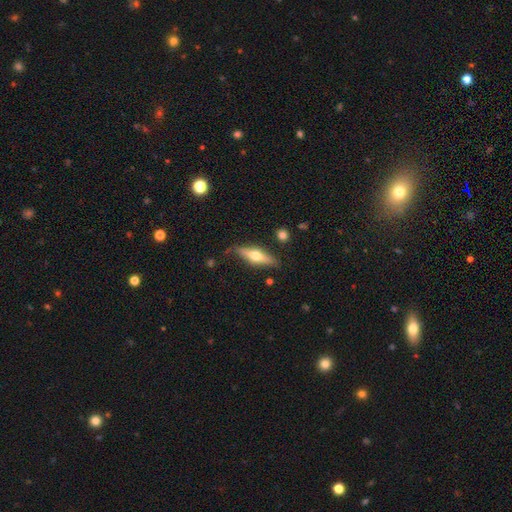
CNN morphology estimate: Q: Smooth or featured?
A: featured or disk (53%); runner-up: smooth (41%)
Q: Edge-on disk?
A: yes (90%); runner-up: no (10%)
Q: Merging?
A: none (77%); runner-up: minor disturbance (16%)